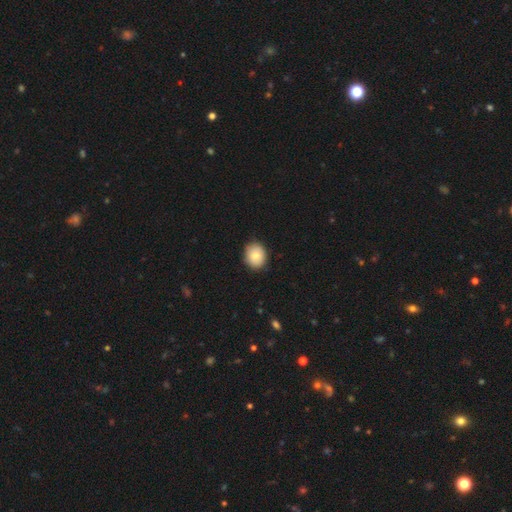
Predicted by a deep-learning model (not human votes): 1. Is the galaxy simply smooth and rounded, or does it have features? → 80% smooth, 12% featured or disk, 8% star or artifact.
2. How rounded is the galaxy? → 67% round, 32% in between, 1% cigar-shaped.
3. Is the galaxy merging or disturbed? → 88% none, 10% minor disturbance, 2% major disturbance, 1% merger.